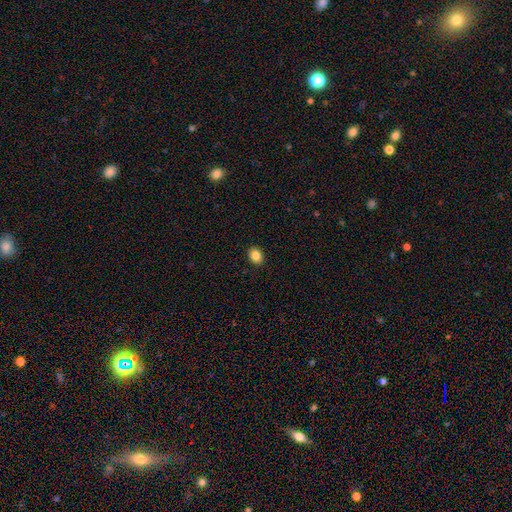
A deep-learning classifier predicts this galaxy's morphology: Smooth or featured?
  - smooth: 85% *
  - star or artifact: 10%
  - featured or disk: 5%
How rounded?
  - in between: 58% *
  - round: 41%
  - cigar-shaped: 1%
Merging?
  - none: 91% *
  - minor disturbance: 7%
  - major disturbance: 2%
  - merger: 1%